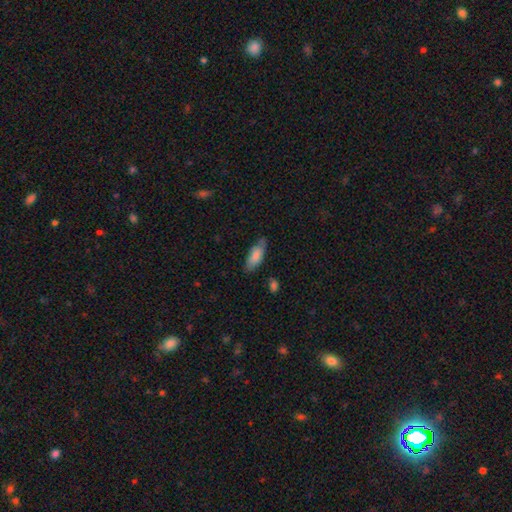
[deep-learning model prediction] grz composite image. It shows a smooth galaxy with no disk features (77%) that is in between round and cigar-shaped (75%). Merging: none (64%).